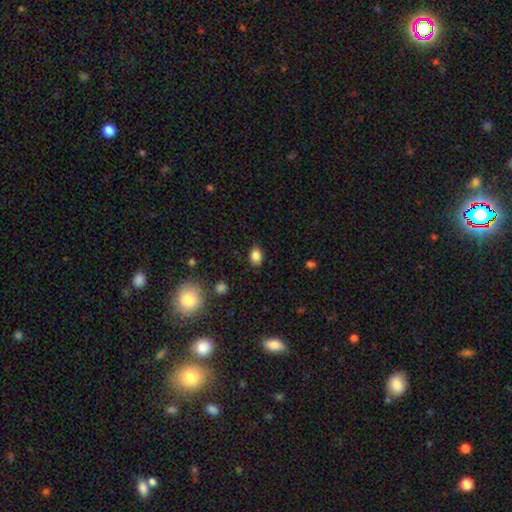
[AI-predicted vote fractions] This appears to be a smooth galaxy with no disk features (85%) that is in between round and cigar-shaped (70%). Merging: none (83%).